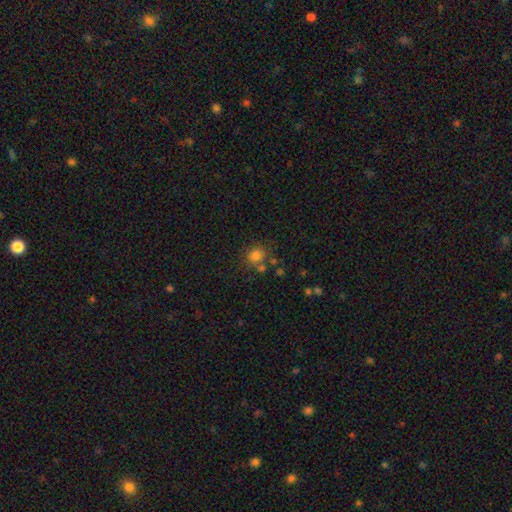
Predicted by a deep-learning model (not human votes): Q: Smooth or featured?
A: smooth (78%); runner-up: star or artifact (14%)
Q: How rounded?
A: round (83%); runner-up: in between (16%)
Q: Merging?
A: none (69%); runner-up: merger (14%)